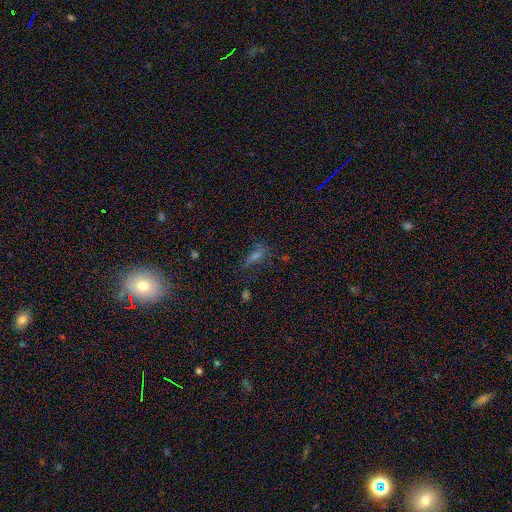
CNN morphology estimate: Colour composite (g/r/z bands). It shows a star or artifact, not a galaxy (39%).